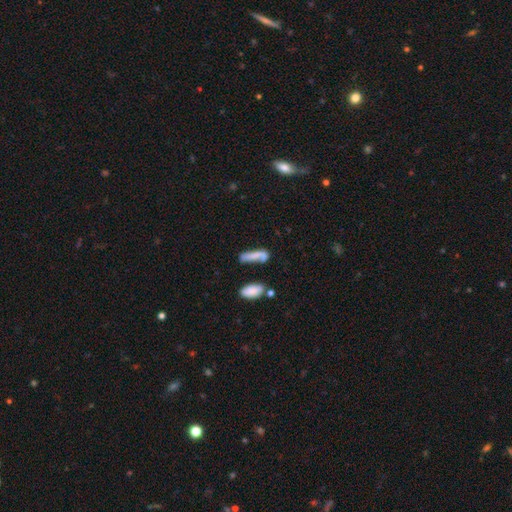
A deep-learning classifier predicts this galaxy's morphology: type=smooth (68%); roundness=cigar-shaped (58%); merging=none (42%).